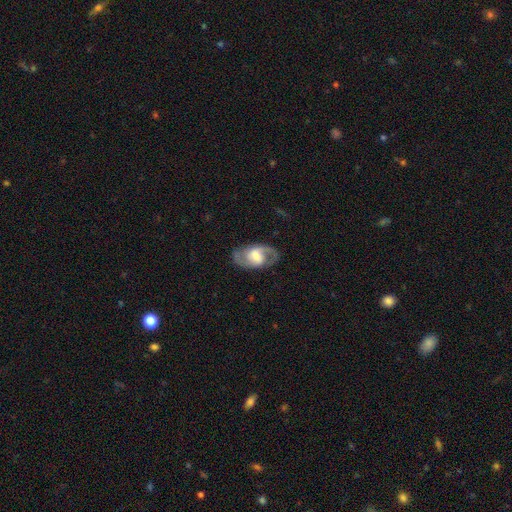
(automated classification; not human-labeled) Smooth or featured? featured or disk (81%)
Edge-on disk? no (96%)
Bar? weak (48%)
Spiral arms? yes (92%)
Spiral winding? medium (55%)
Spiral arm count? 2 (90%)
Bulge size? moderate (46%)
Merging? none (81%)